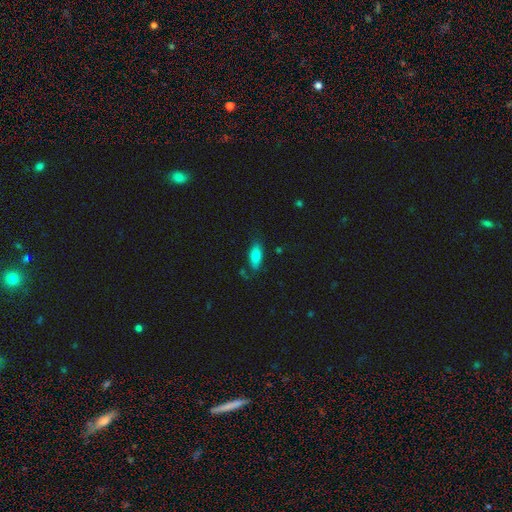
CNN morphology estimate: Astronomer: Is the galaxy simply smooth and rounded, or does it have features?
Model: smooth — 76%.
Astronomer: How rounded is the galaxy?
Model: in between — 77%.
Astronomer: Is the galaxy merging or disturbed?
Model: none — 75%.